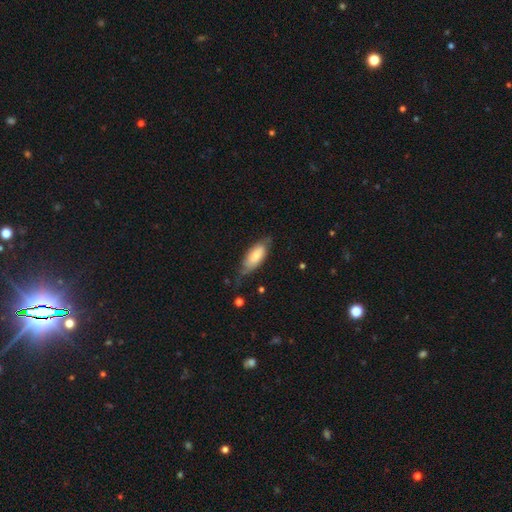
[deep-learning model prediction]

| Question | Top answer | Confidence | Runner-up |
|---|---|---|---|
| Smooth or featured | smooth | 66% | featured or disk (28%) |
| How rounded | in between | 82% | cigar-shaped (16%) |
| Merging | none | 56% | minor disturbance (31%) |